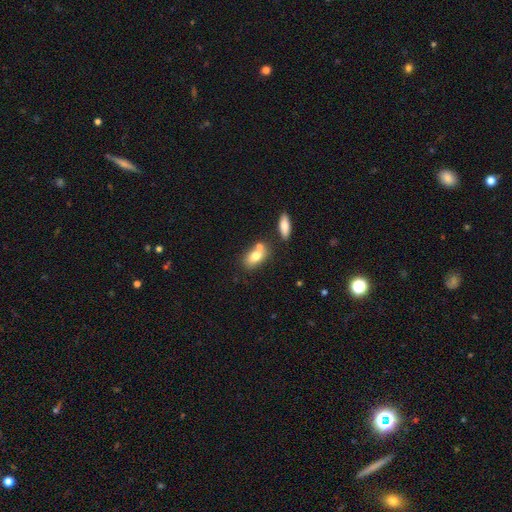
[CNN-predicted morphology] Smooth or featured?
  - smooth: 75% *
  - featured or disk: 17%
  - star or artifact: 8%
How rounded?
  - in between: 85% *
  - round: 10%
  - cigar-shaped: 5%
Merging?
  - none: 52% *
  - merger: 33%
  - minor disturbance: 12%
  - major disturbance: 3%